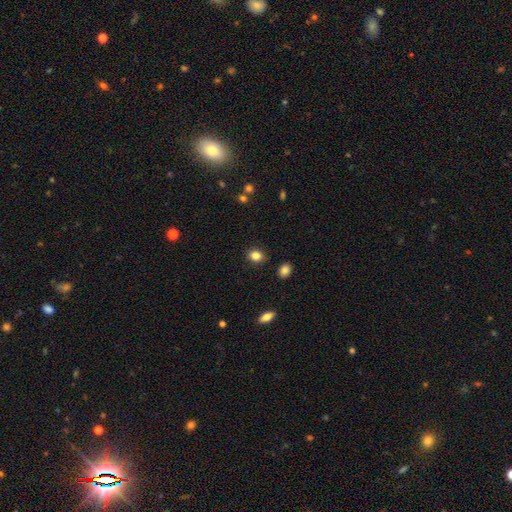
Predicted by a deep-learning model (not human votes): Morphology: type=smooth (84%); roundness=round (55%); merging=none (88%).